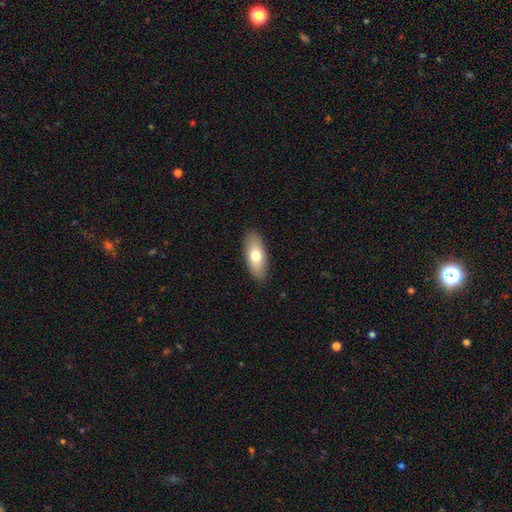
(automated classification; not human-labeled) This appears to be a smooth galaxy with no disk features (72%) that is in between round and cigar-shaped (83%). Merging: none (89%).